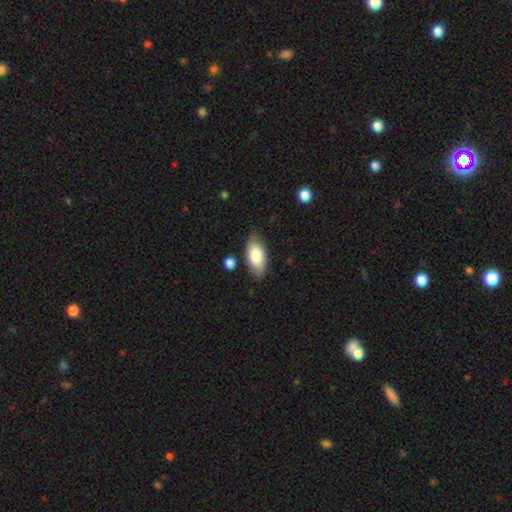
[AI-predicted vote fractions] Morphology: type=smooth (81%); roundness=in between (92%); merging=none (80%).